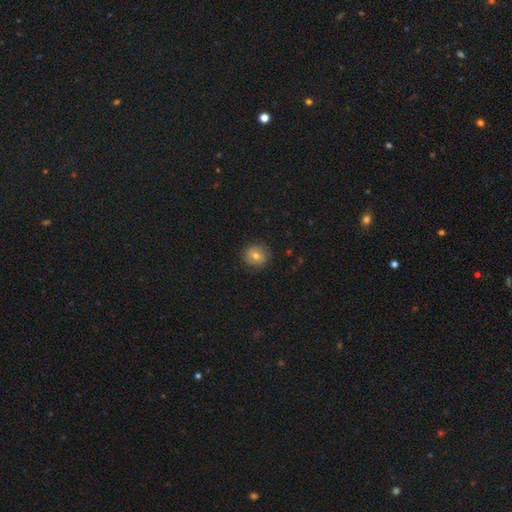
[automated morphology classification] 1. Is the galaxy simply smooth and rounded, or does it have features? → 70% smooth, 17% featured or disk, 13% star or artifact.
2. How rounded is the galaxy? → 88% round, 11% in between, 1% cigar-shaped.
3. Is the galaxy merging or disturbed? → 86% none, 10% minor disturbance, 3% major disturbance, 1% merger.